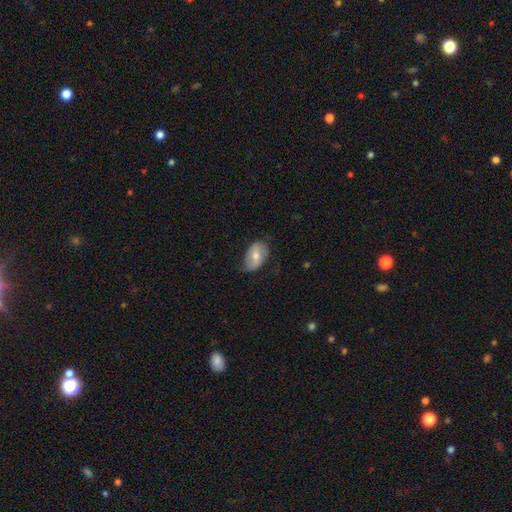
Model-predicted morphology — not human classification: Smooth or featured: smooth — 61% (featured or disk — 32%)
How rounded: in between — 89% (round — 10%)
Merging: none — 61% (minor disturbance — 30%)